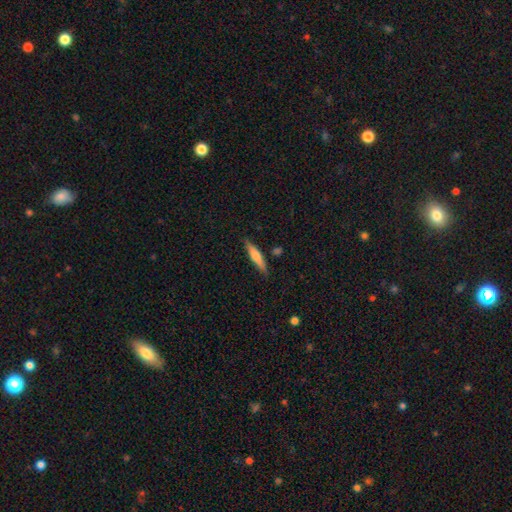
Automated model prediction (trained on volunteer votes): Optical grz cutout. It shows a smooth galaxy with no disk features (62%) that is cigar-shaped (87%). Merging: none (84%).